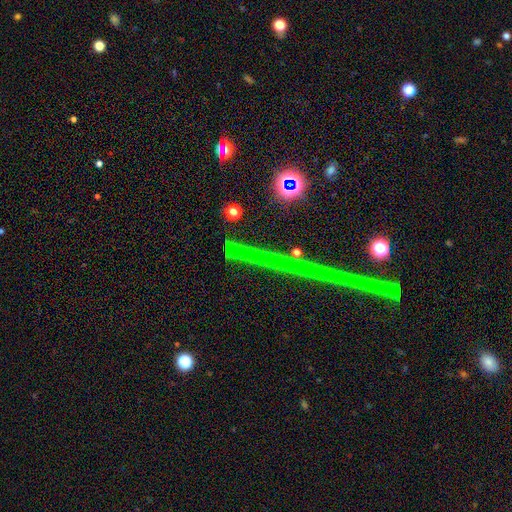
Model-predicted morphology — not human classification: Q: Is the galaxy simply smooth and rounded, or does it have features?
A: star or artifact — 72%.